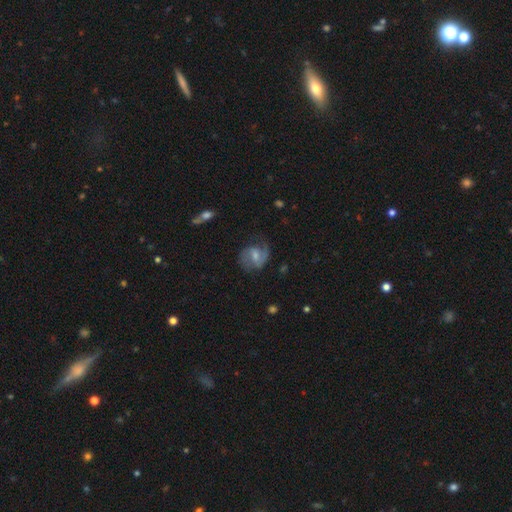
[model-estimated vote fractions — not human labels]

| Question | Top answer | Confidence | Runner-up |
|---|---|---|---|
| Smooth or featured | featured or disk | 68% | smooth (25%) |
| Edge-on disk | no | 97% | yes (3%) |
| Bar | weak | 53% | no (31%) |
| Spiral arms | yes | 91% | no (9%) |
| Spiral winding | medium | 49% | loose (30%) |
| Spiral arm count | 2 | 78% | 1 (11%) |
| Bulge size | moderate | 46% | small (38%) |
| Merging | none | 65% | minor disturbance (21%) |